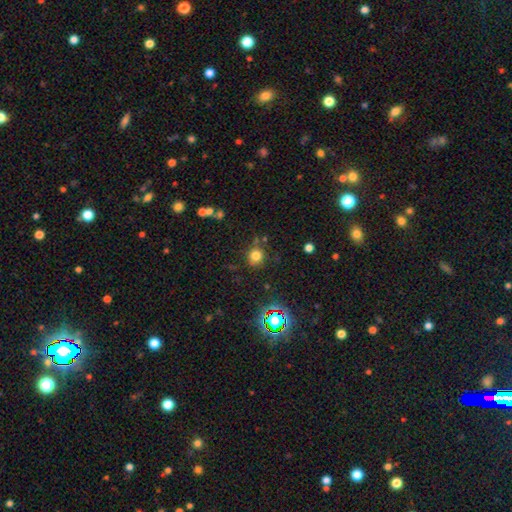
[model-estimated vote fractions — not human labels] smooth-or-featured: smooth: 76% | star or artifact: 17% | featured or disk: 7%
  how-rounded: round: 89% | in between: 10% | cigar-shaped: 1%
  merging: none: 78% | minor disturbance: 12% | merger: 6% | major disturbance: 4%